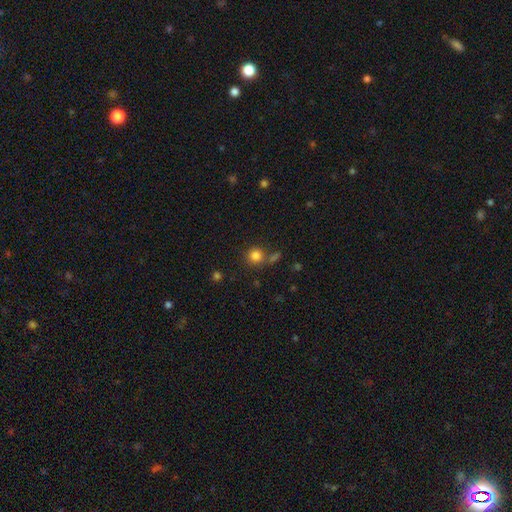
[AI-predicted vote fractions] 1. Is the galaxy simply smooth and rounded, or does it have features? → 82% smooth, 12% star or artifact, 5% featured or disk.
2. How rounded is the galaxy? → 91% round, 8% in between, 1% cigar-shaped.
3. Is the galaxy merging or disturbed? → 71% none, 14% merger, 11% minor disturbance, 5% major disturbance.